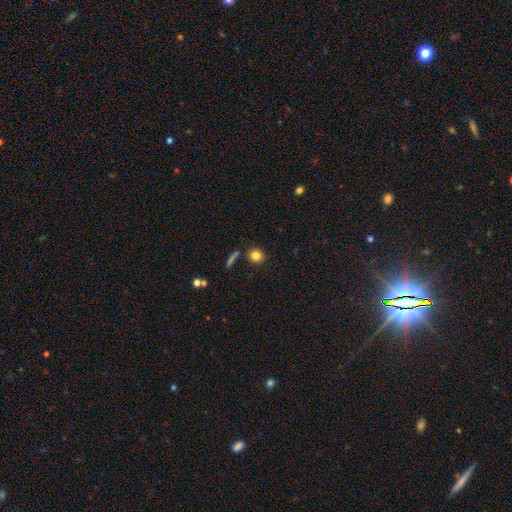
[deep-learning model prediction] A smooth galaxy with no disk features (81%) that is round (86%).

Vote fractions:
- Smooth or featured? smooth: 81% / star or artifact: 11% / featured or disk: 7%
- How rounded? round: 86% / in between: 12% / cigar-shaped: 2%
- Merging? none: 81% / minor disturbance: 9% / merger: 7% / major disturbance: 3%